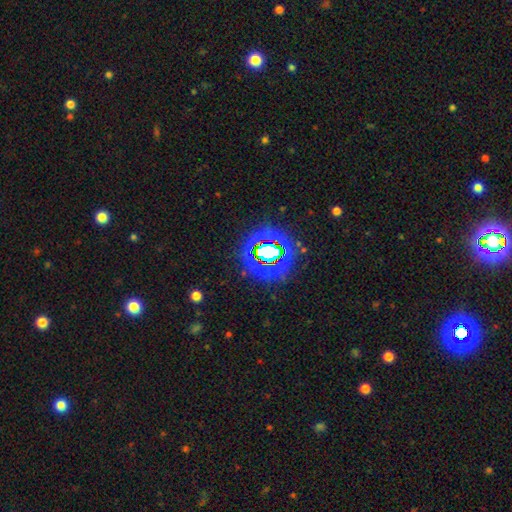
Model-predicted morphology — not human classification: smooth-or-featured: star or artifact: 79% | smooth: 12% | featured or disk: 9%